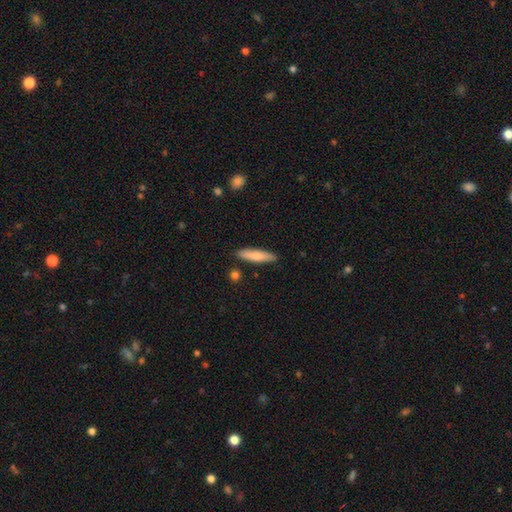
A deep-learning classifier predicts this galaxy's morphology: Smooth or featured? smooth (77%)
How rounded? cigar-shaped (79%)
Merging? none (87%)